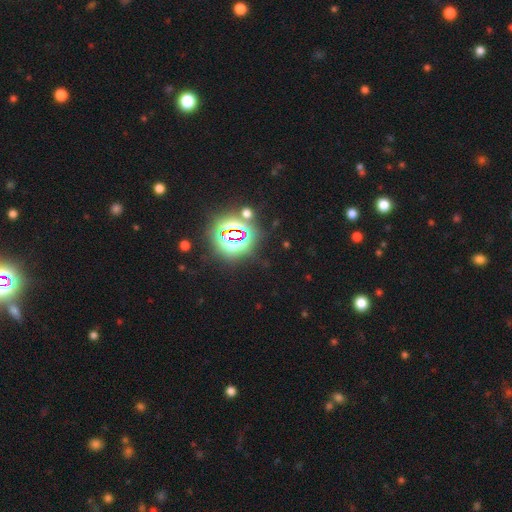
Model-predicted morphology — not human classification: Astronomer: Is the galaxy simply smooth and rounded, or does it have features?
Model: star or artifact — 78%.